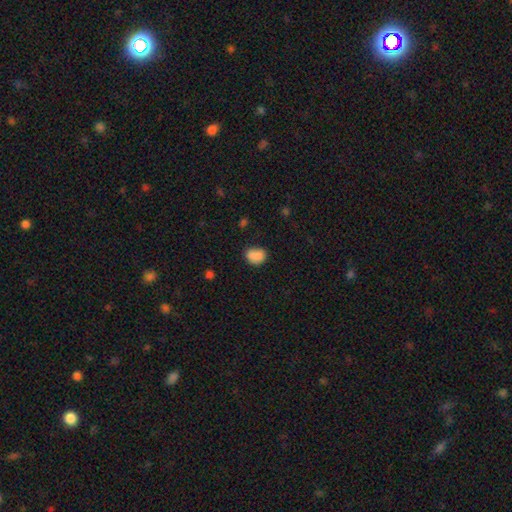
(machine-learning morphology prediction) A smooth galaxy with no disk features (81%) that is in between round and cigar-shaped (50%). Merging: none (45%).